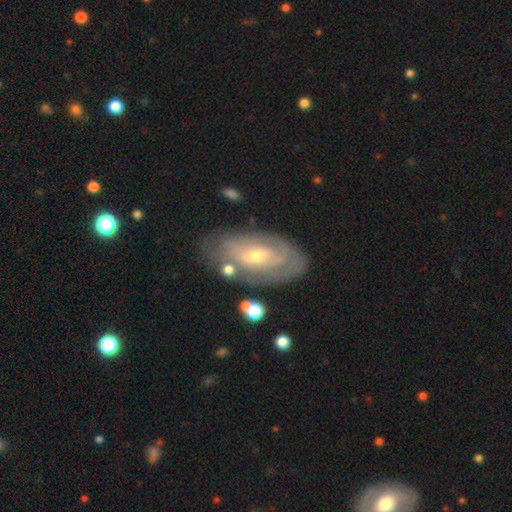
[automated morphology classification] Smooth or featured: featured or disk — 72% (smooth — 22%)
Edge-on disk: no — 91% (yes — 9%)
Bar: no — 57% (weak — 33%)
Spiral arms: yes — 67% (no — 33%)
Bulge size: small — 62% (moderate — 35%)
Merging: none — 72% (minor disturbance — 18%)